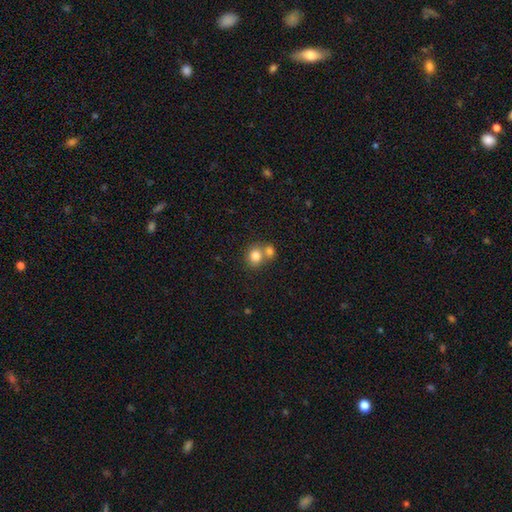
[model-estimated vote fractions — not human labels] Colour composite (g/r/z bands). It shows a smooth galaxy with no disk features (81%) that is round (75%). Merging: merger (46%).